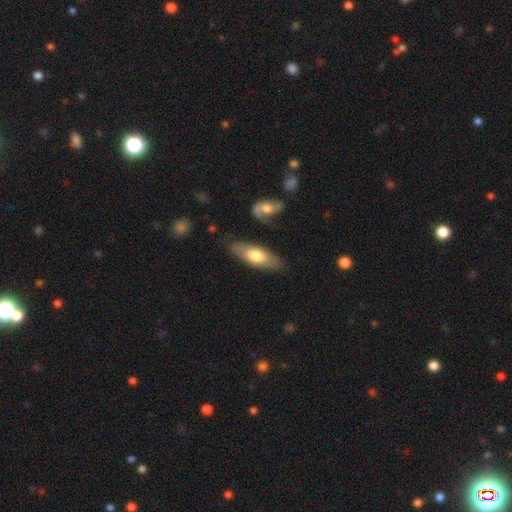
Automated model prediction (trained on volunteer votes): Morphology: type=smooth (59%); roundness=in between (69%); merging=none (77%).